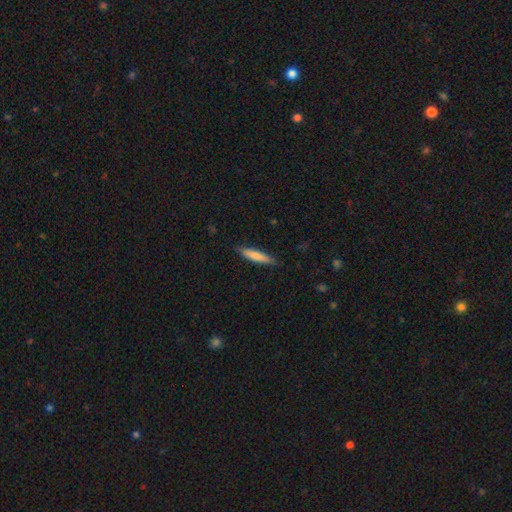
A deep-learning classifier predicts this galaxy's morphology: A smooth galaxy with no disk features (76%) that is cigar-shaped (86%). Merging: none (85%).